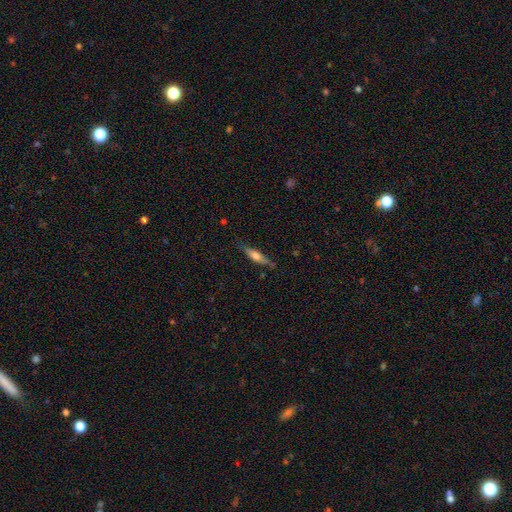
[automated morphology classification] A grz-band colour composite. It shows a smooth galaxy with no disk features (55%) that is cigar-shaped (68%). Merging: none (75%).